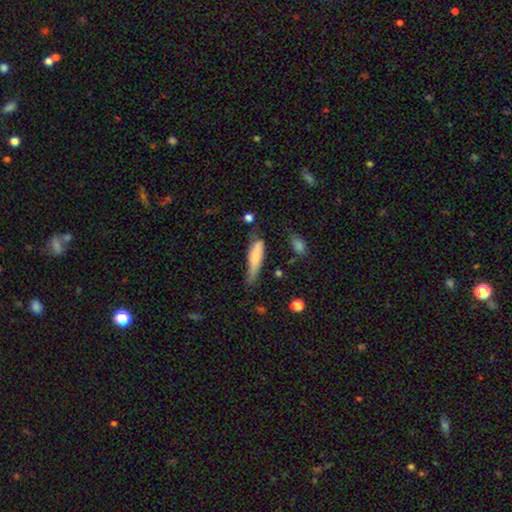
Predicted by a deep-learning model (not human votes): Smooth or featured: smooth — 72% (featured or disk — 22%)
How rounded: cigar-shaped — 70% (in between — 28%)
Merging: none — 40% (minor disturbance — 38%)